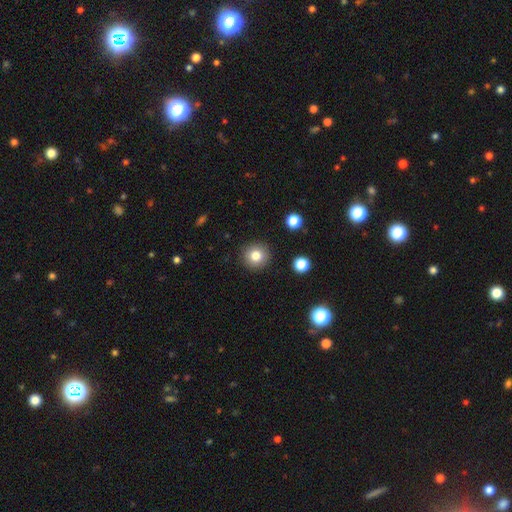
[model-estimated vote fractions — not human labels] Smooth or featured? smooth (80%)
How rounded? round (93%)
Merging? none (90%)